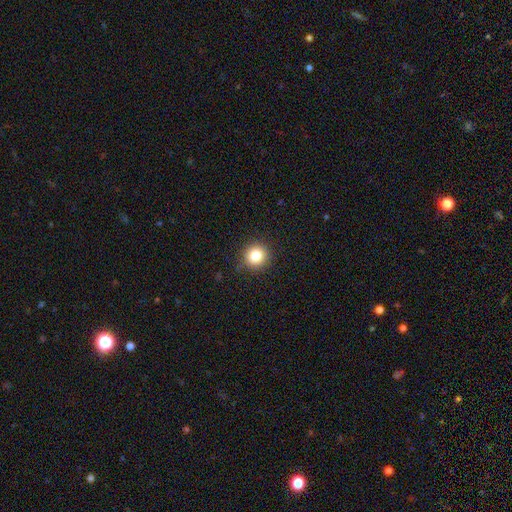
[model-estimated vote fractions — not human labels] Morphology: type=smooth (84%); roundness=round (93%); merging=none (88%).